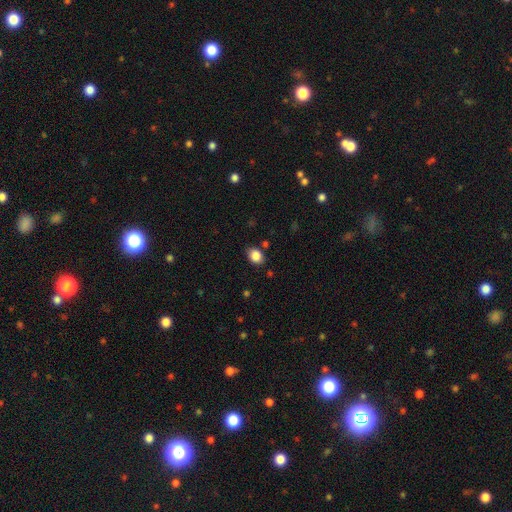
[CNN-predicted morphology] smooth-or-featured: smooth: 86% | star or artifact: 9% | featured or disk: 5%
  how-rounded: in between: 60% | round: 39% | cigar-shaped: 1%
  merging: none: 80% | minor disturbance: 13% | merger: 3% | major disturbance: 3%